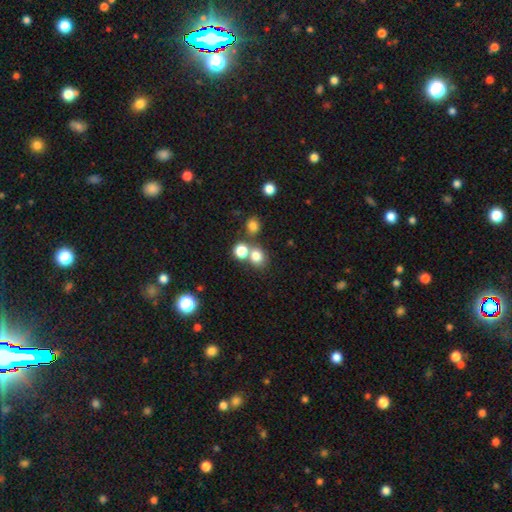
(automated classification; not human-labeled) Smooth or featured? Predicted: smooth (p=0.77). How rounded? Predicted: round (p=0.80). Merging? Predicted: none (p=0.59).